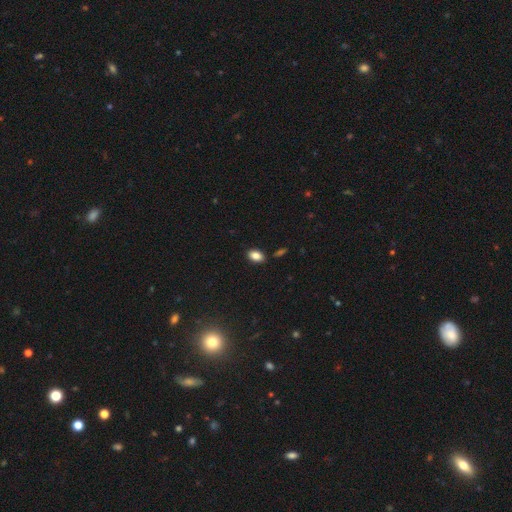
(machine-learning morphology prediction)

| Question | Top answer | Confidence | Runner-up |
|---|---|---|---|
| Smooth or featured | smooth | 86% | star or artifact (9%) |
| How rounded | in between | 88% | round (10%) |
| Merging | none | 85% | minor disturbance (10%) |